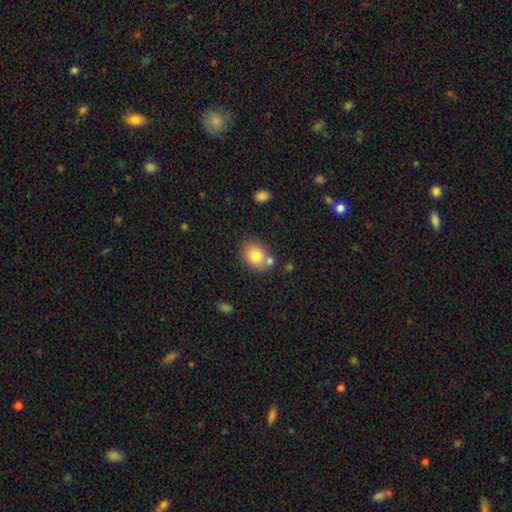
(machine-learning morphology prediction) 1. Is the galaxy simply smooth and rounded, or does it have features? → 80% smooth, 11% featured or disk, 9% star or artifact.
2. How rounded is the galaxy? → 53% in between, 46% round, 1% cigar-shaped.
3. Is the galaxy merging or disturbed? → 62% none, 20% merger, 15% minor disturbance, 4% major disturbance.